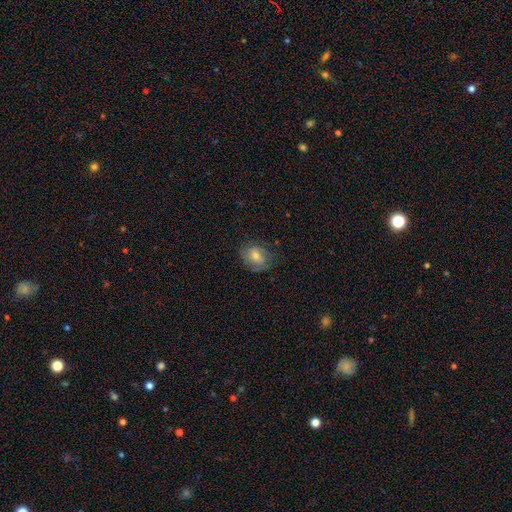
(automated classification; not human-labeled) smooth-or-featured: smooth: 49% | featured or disk: 40% | star or artifact: 11%
  merging: none: 73% | minor disturbance: 19% | major disturbance: 7% | merger: 1%